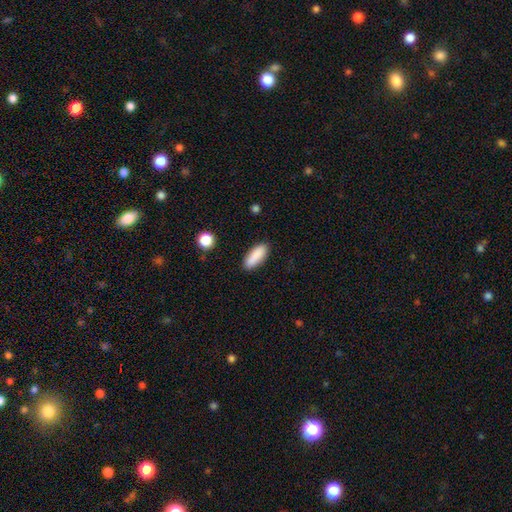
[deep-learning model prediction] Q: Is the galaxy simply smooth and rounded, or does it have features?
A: smooth — 89%.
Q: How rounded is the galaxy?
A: in between — 66%.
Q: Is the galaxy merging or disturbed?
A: none — 87%.